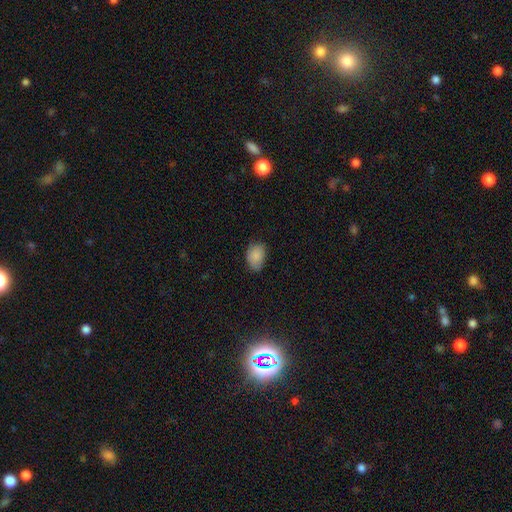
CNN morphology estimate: smooth_or_featured: smooth (p=0.87) [alt: star or artifact p=0.08]
how_rounded: in between (p=0.80) [alt: round p=0.19]
merging: none (p=0.69) [alt: minor disturbance p=0.26]